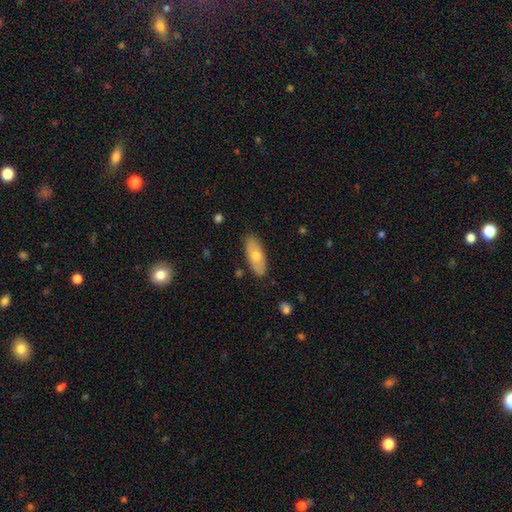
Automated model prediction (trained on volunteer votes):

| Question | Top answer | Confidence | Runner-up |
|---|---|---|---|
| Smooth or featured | smooth | 64% | featured or disk (29%) |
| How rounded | in between | 77% | cigar-shaped (20%) |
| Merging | none | 87% | minor disturbance (10%) |